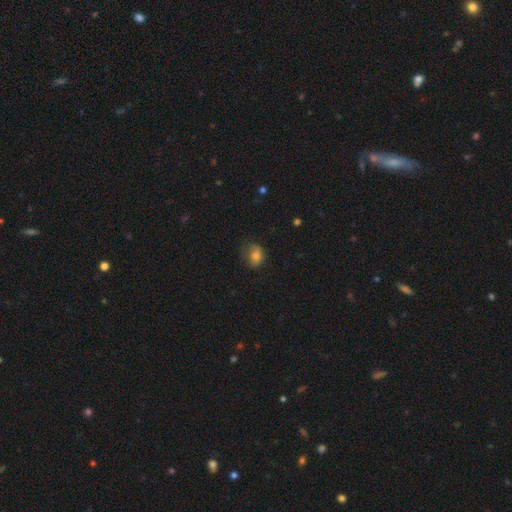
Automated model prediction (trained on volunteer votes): Morphology: type=smooth (74%); roundness=in between (55%); merging=none (46%).